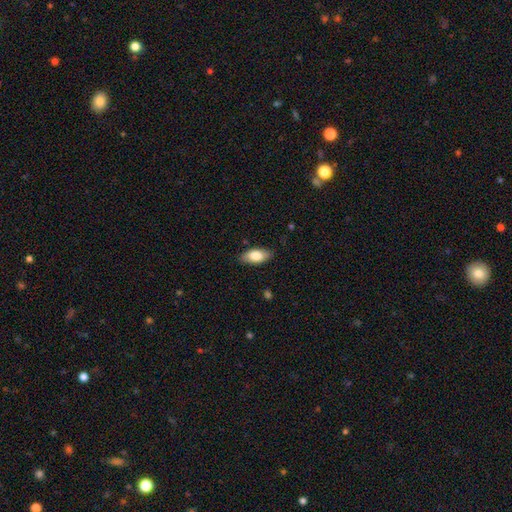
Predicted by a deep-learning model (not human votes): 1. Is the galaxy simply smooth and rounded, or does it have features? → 79% smooth, 15% featured or disk, 6% star or artifact.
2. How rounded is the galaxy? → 90% in between, 7% cigar-shaped, 3% round.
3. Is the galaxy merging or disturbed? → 83% none, 13% minor disturbance, 3% major disturbance, 1% merger.